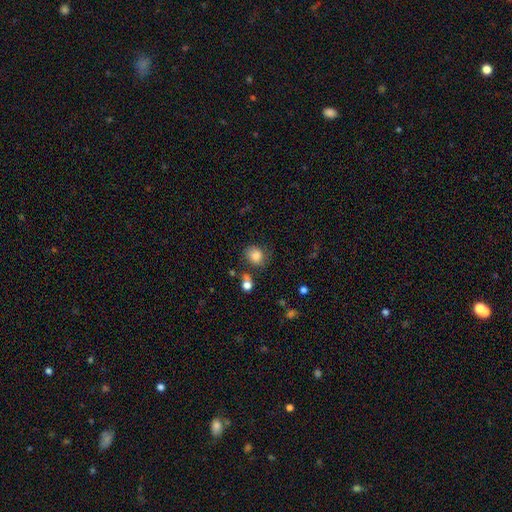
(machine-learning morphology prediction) A smooth galaxy with no disk features (83%) that is round (69%).

Vote fractions:
- Smooth or featured? smooth: 83% / star or artifact: 10% / featured or disk: 7%
- How rounded? round: 69% / in between: 30% / cigar-shaped: 1%
- Merging? none: 70% / minor disturbance: 18% / merger: 6% / major disturbance: 6%